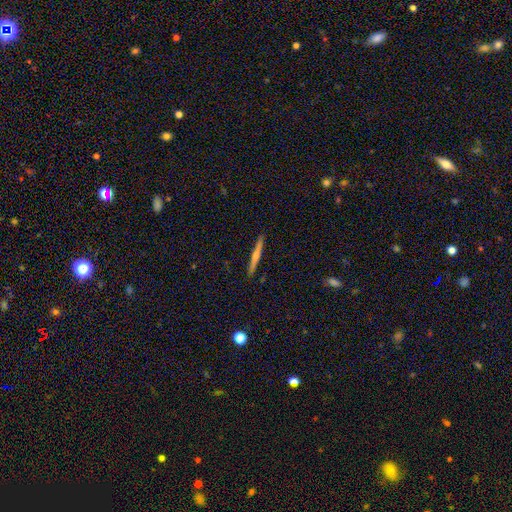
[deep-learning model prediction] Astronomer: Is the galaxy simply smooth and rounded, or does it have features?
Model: featured or disk — 67%.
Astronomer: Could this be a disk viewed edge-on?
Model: yes — 98%.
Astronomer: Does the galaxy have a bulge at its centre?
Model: rounded — 74%.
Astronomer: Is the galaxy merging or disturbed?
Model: none — 91%.